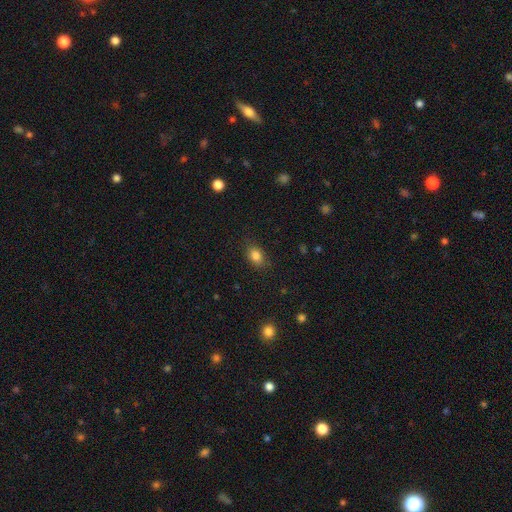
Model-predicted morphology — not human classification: Smooth or featured?
  - smooth: 83% *
  - star or artifact: 10%
  - featured or disk: 6%
How rounded?
  - in between: 72% *
  - round: 27%
  - cigar-shaped: 2%
Merging?
  - none: 83% *
  - minor disturbance: 12%
  - major disturbance: 3%
  - merger: 1%